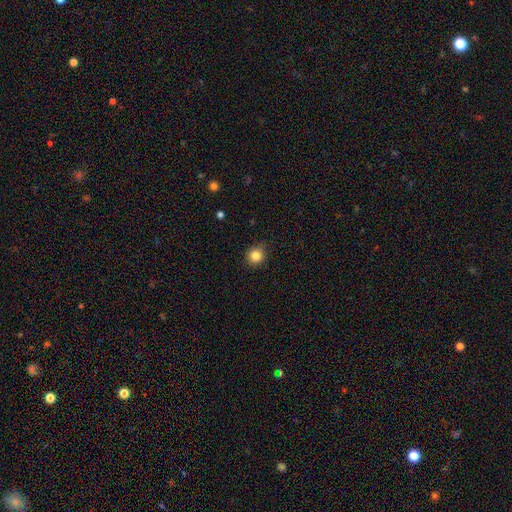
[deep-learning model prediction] Smooth or featured?
  - smooth: 84% *
  - star or artifact: 11%
  - featured or disk: 5%
How rounded?
  - round: 87% *
  - in between: 12%
  - cigar-shaped: 1%
Merging?
  - none: 86% *
  - minor disturbance: 11%
  - major disturbance: 2%
  - merger: 1%